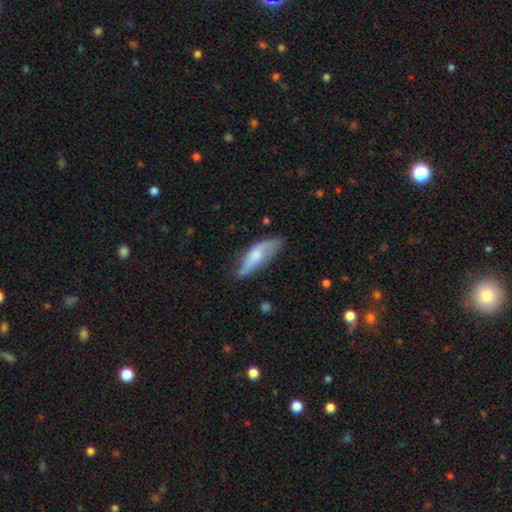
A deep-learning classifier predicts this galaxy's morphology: Overall: smooth (48%; featured or disk 46%). Merging: none (56%; minor disturbance 31%).